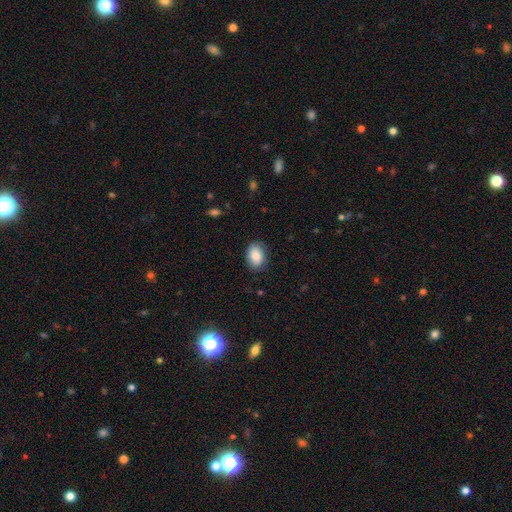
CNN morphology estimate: Smooth or featured?
  - smooth: 83% *
  - featured or disk: 10%
  - star or artifact: 7%
How rounded?
  - in between: 83% *
  - round: 16%
  - cigar-shaped: 1%
Merging?
  - none: 79% *
  - minor disturbance: 16%
  - major disturbance: 4%
  - merger: 1%